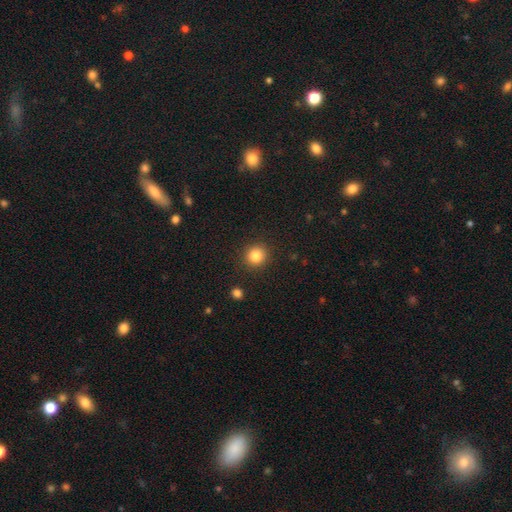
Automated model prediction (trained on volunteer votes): smooth_or_featured: smooth (p=0.83) [alt: star or artifact p=0.11]
how_rounded: round (p=0.92) [alt: in between p=0.08]
merging: none (p=0.91) [alt: minor disturbance p=0.06]